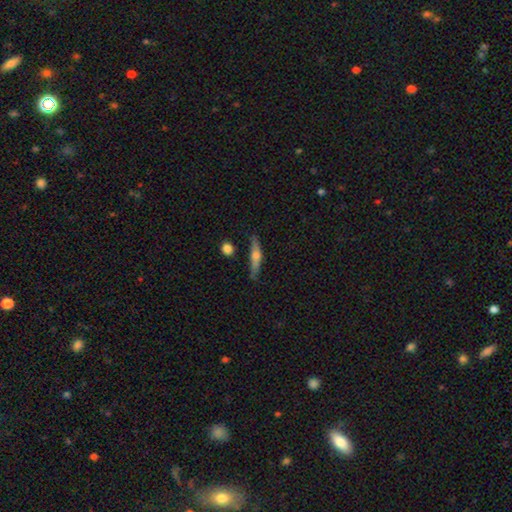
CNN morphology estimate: Smooth or featured: featured or disk — 53% (smooth — 40%)
Edge-on disk: yes — 94% (no — 6%)
Merging: none — 79% (minor disturbance — 14%)